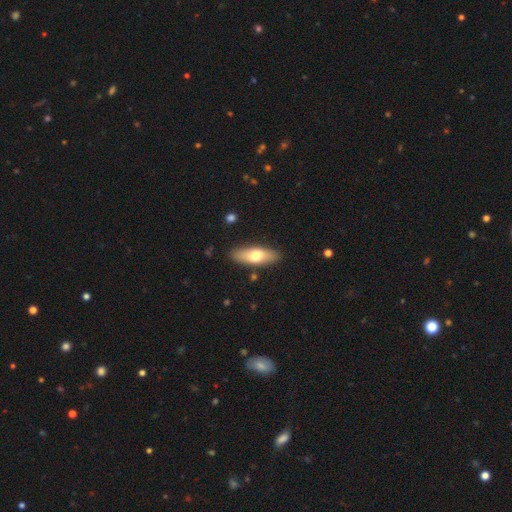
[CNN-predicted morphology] Smooth or featured?
  - smooth: 67% *
  - featured or disk: 28%
  - star or artifact: 5%
How rounded?
  - in between: 65% *
  - cigar-shaped: 32%
  - round: 3%
Merging?
  - none: 87% *
  - minor disturbance: 9%
  - major disturbance: 2%
  - merger: 1%